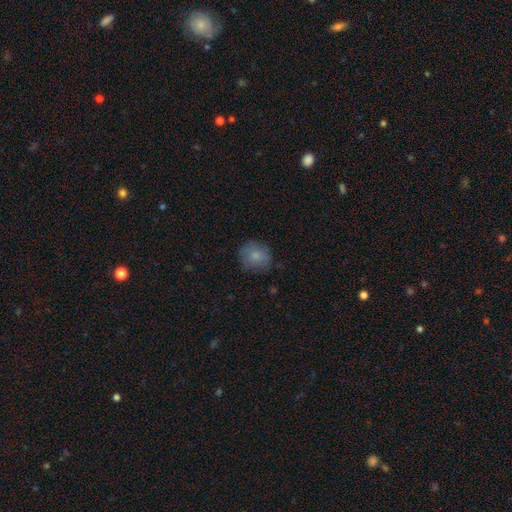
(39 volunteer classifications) smooth_or_featured: smooth (p=0.77) [alt: featured or disk p=0.13]
how_rounded: round (p=0.87) [alt: in between p=0.13]
merging: none (p=0.66) [alt: minor disturbance p=0.31]